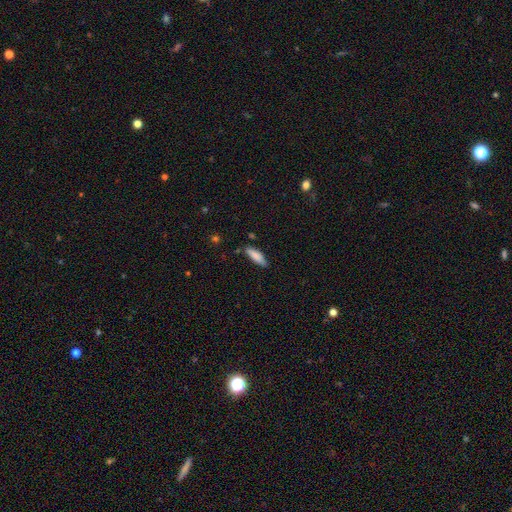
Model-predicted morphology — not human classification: smooth 84%, featured or disk 10%, star or artifact 6%. Down the decision tree: how rounded — cigar-shaped (56%); merging — none (79%).